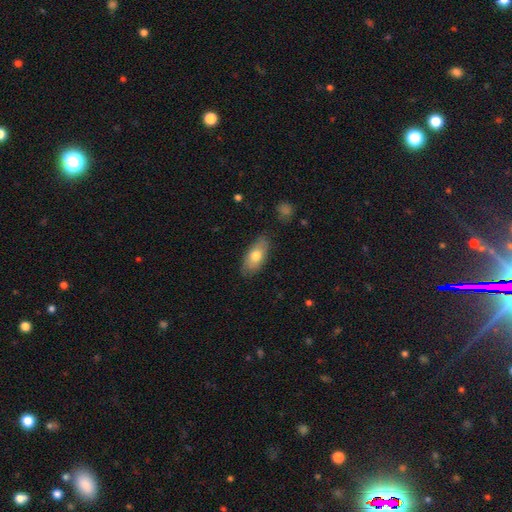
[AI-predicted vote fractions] Smooth or featured?
  - smooth: 71% *
  - featured or disk: 23%
  - star or artifact: 6%
How rounded?
  - in between: 87% *
  - cigar-shaped: 8%
  - round: 5%
Merging?
  - none: 80% *
  - minor disturbance: 15%
  - major disturbance: 3%
  - merger: 1%